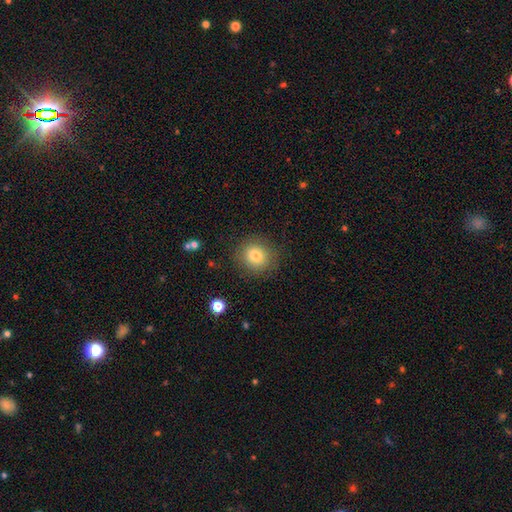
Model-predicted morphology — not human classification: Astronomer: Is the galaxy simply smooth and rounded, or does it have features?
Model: smooth — 80%.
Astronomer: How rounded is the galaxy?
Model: round — 87%.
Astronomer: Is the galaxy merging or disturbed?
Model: none — 86%.